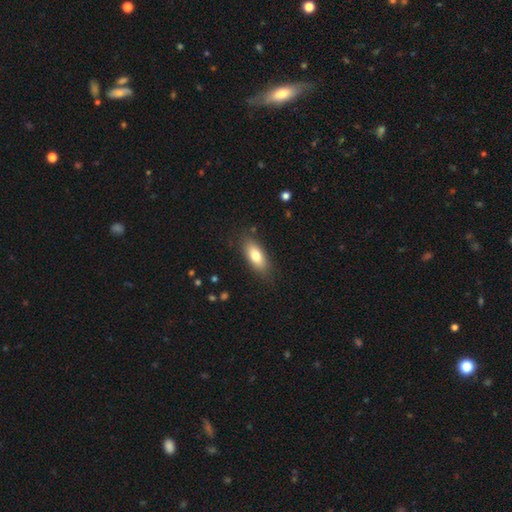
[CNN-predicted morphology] smooth_or_featured: smooth (p=0.78) [alt: featured or disk p=0.15]
how_rounded: in between (p=0.82) [alt: cigar-shaped p=0.15]
merging: none (p=0.82) [alt: minor disturbance p=0.13]